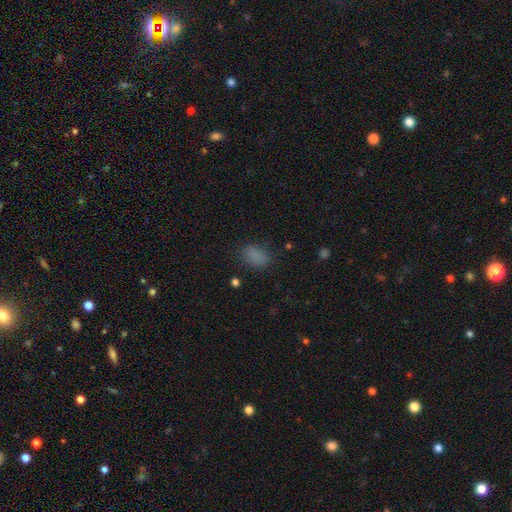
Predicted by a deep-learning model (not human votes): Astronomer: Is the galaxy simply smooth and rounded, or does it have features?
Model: smooth — 80%.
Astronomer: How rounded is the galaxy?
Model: in between — 82%.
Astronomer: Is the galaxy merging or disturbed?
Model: none — 73%.